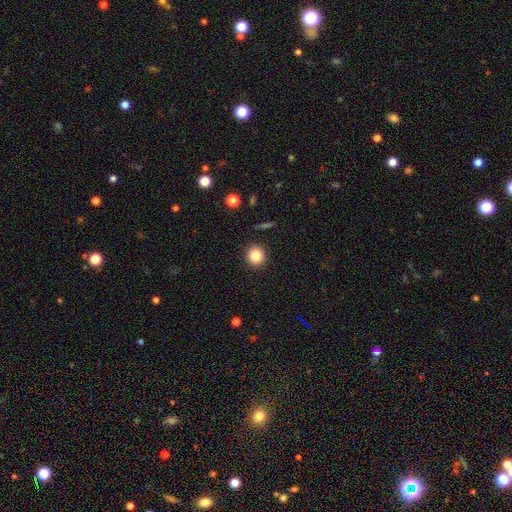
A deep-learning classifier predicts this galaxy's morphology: Overall: smooth (84%). How rounded: round (92%). Merging: none (91%).